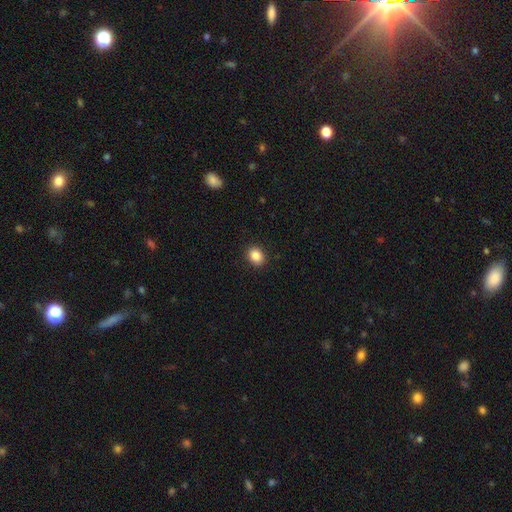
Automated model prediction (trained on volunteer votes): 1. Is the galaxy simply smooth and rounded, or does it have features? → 87% smooth, 9% star or artifact, 4% featured or disk.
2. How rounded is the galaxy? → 52% in between, 47% round, 1% cigar-shaped.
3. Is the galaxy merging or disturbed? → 91% none, 6% minor disturbance, 2% major disturbance, 1% merger.